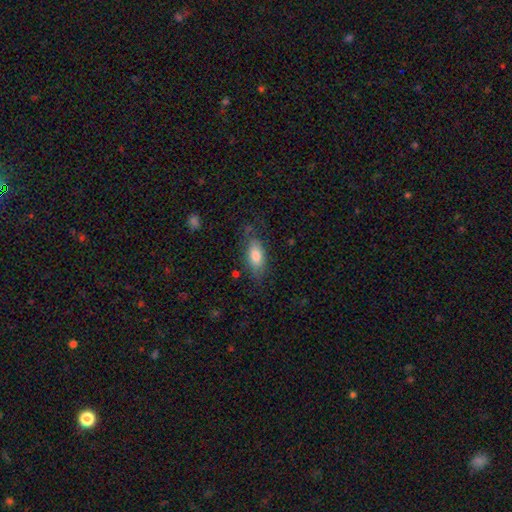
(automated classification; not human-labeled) smooth 75%, featured or disk 18%, star or artifact 7%. Down the decision tree: how rounded — in between (84%); merging — none (65%).